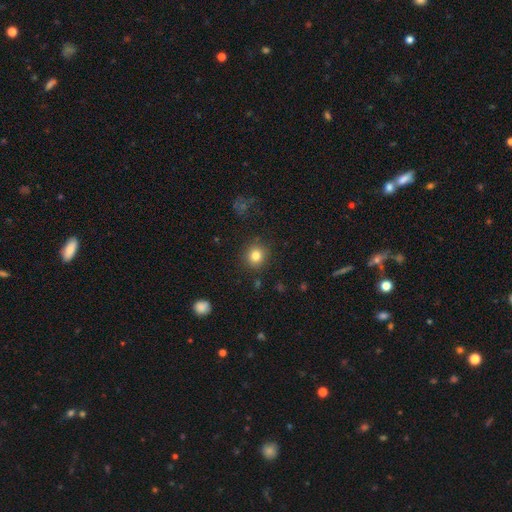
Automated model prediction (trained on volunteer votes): Overall: smooth (81%). How rounded: round (88%). Merging: none (89%).